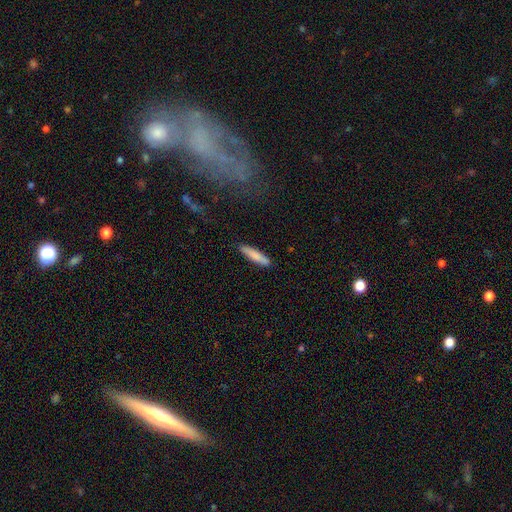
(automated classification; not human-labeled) Morphology: type=smooth (82%); roundness=cigar-shaped (85%); merging=none (87%).